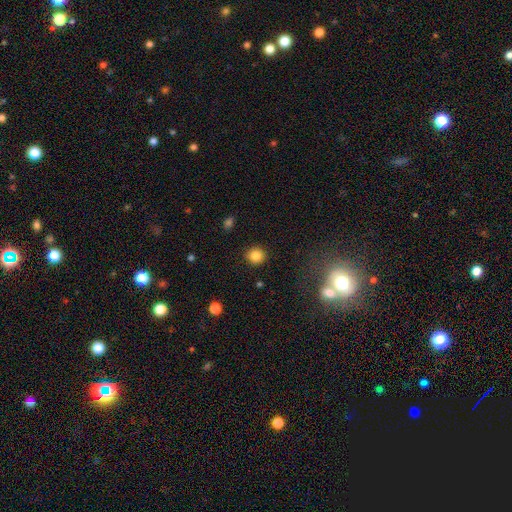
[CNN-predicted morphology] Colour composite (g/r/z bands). It shows a smooth galaxy with no disk features (85%) that is round (90%). Merging: none (90%).